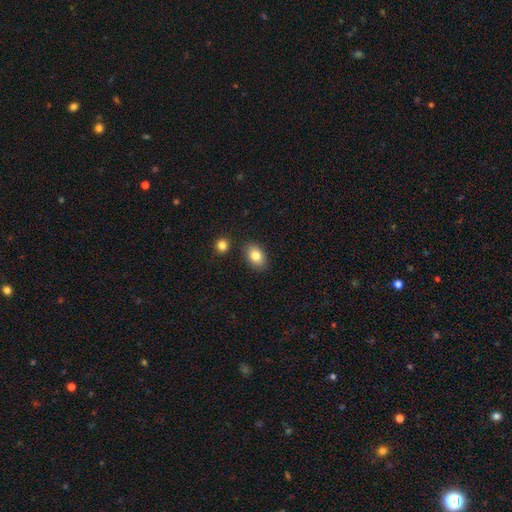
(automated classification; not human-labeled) This is clearly a smooth galaxy (81%). How rounded: clearly in between (83%). Merging: clearly none (84%).